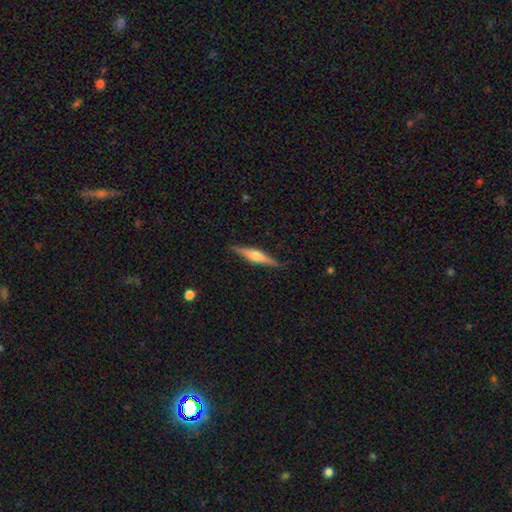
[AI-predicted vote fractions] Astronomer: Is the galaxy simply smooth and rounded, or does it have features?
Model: featured or disk — 65%.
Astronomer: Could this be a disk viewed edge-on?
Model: yes — 97%.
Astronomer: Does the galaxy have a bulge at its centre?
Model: rounded — 81%.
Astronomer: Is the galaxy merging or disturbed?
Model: none — 89%.